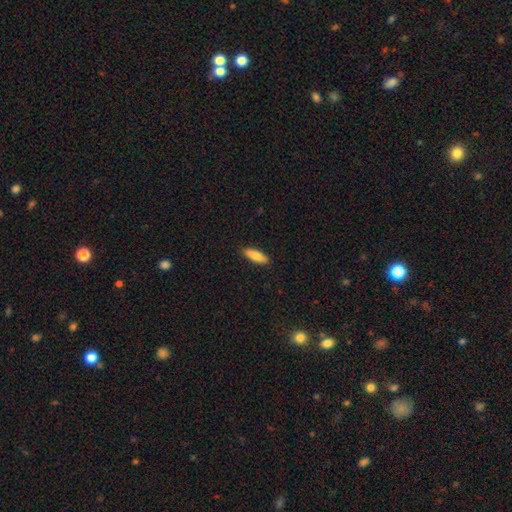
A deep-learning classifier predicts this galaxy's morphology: The model was most divided on "how rounded": in between: 50%, cigar-shaped: 49%, round: 2%. More confident: merging — none (90%); smooth or featured — smooth (84%).